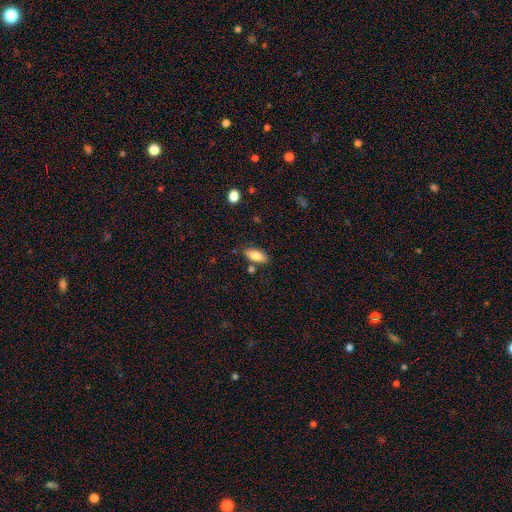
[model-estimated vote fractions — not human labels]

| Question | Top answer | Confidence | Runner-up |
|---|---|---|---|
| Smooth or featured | smooth | 80% | featured or disk (14%) |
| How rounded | in between | 86% | cigar-shaped (11%) |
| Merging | none | 79% | minor disturbance (13%) |